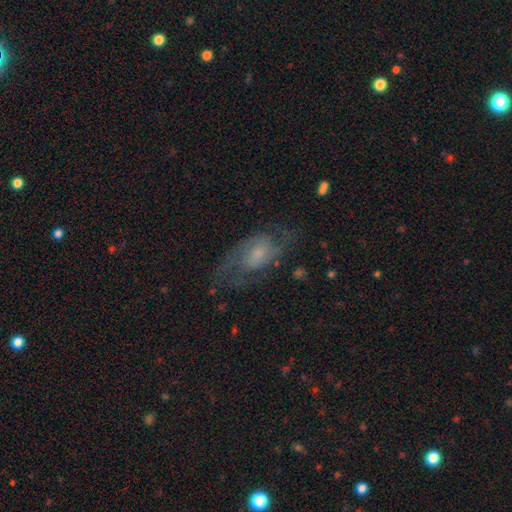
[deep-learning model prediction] The model was most divided on "bulge size": small: 42%, moderate: 35%, none: 13%, large: 9%, dominant: 2%. More confident: edge-on disk — no (95%); spiral arms — yes (87%); spiral arm count — 2 (73%); smooth or featured — featured or disk (70%); merging — none (61%); bar — no (52%); spiral winding — medium (51%).